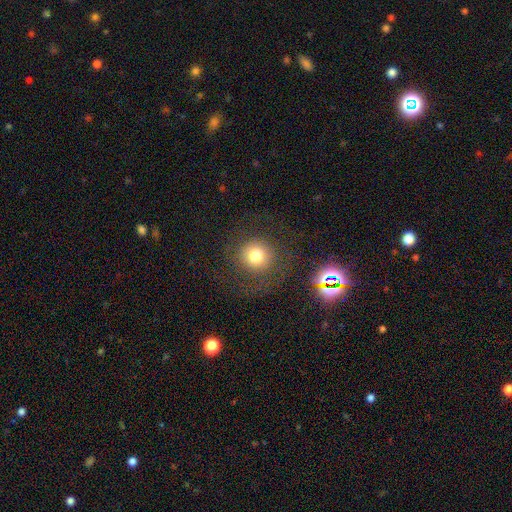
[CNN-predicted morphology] Smooth or featured?
  - smooth: 73% *
  - star or artifact: 14%
  - featured or disk: 13%
How rounded?
  - round: 93% *
  - in between: 6%
  - cigar-shaped: 1%
Merging?
  - none: 77% *
  - minor disturbance: 11%
  - major disturbance: 10%
  - merger: 2%